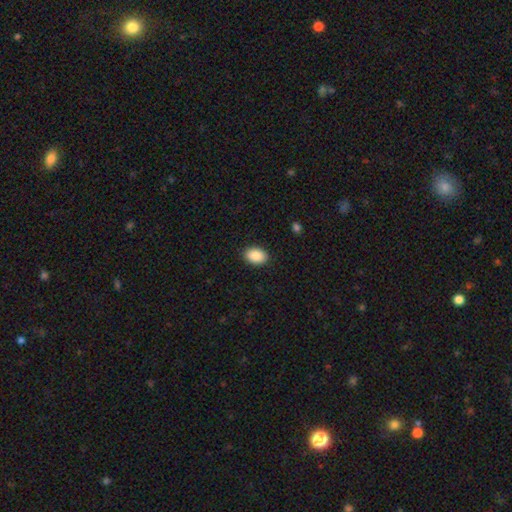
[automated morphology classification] Smooth or featured: smooth — 89% (star or artifact — 7%)
How rounded: in between — 86% (round — 13%)
Merging: none — 90% (minor disturbance — 7%)